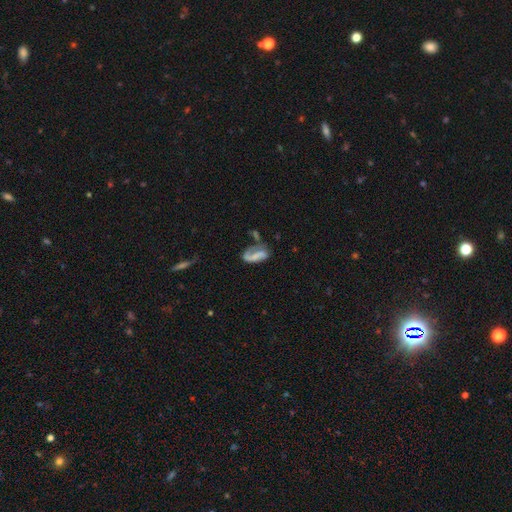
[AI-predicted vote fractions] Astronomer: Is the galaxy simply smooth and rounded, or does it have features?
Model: featured or disk — 58%.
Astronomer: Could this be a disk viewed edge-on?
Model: no — 95%.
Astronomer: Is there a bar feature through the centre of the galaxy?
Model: no — 45% (runner-up: weak, 31%).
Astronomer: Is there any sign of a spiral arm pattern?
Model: yes — 80%.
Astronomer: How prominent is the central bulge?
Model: none — 55%.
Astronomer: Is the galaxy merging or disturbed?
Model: none — 37% (runner-up: major disturbance, 26%).